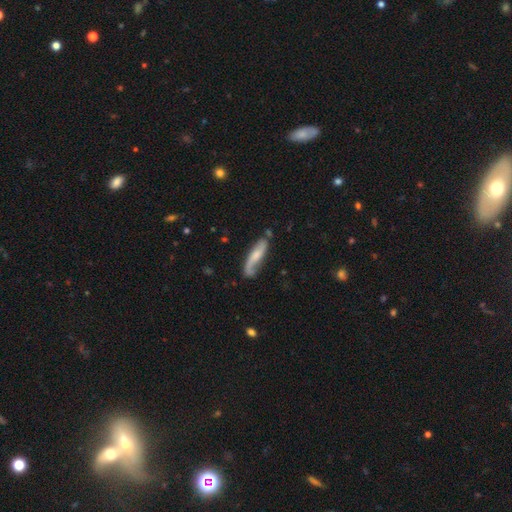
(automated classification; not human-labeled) Smooth or featured: featured or disk — 53% (smooth — 42%)
Edge-on disk: no — 69% (yes — 31%)
Merging: none — 60% (minor disturbance — 26%)